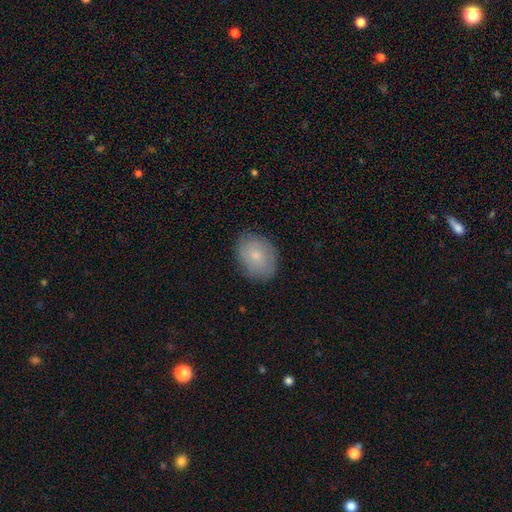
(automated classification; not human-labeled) This is likely a smooth galaxy (69%). How rounded: likely in between (66%). Merging: clearly none (81%).